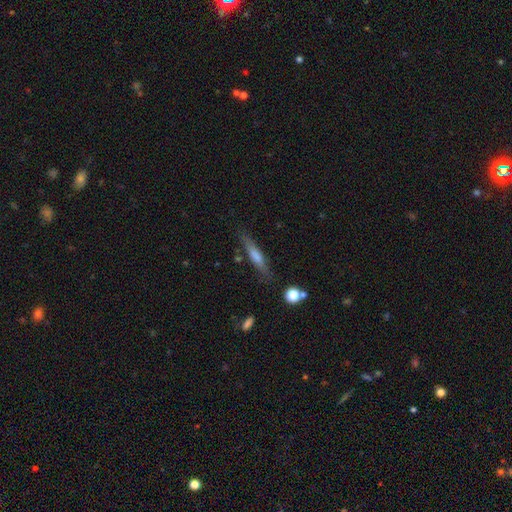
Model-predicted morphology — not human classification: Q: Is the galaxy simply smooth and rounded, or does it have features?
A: smooth — 52%.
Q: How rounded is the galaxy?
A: cigar-shaped — 87%.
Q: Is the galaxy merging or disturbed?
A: none — 81%.